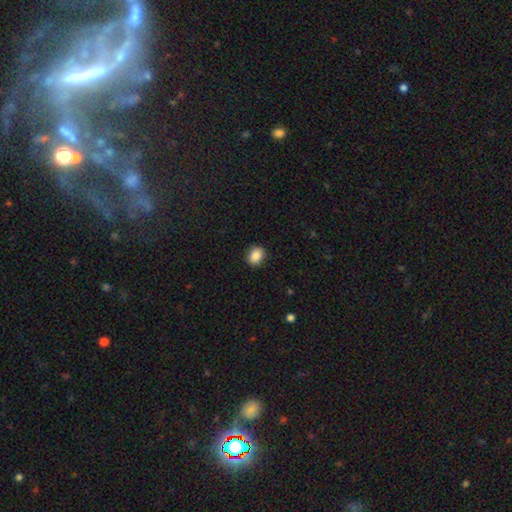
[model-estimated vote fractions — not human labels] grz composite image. It shows a smooth galaxy with no disk features (87%) that is in between round and cigar-shaped (54%). Merging: none (89%).